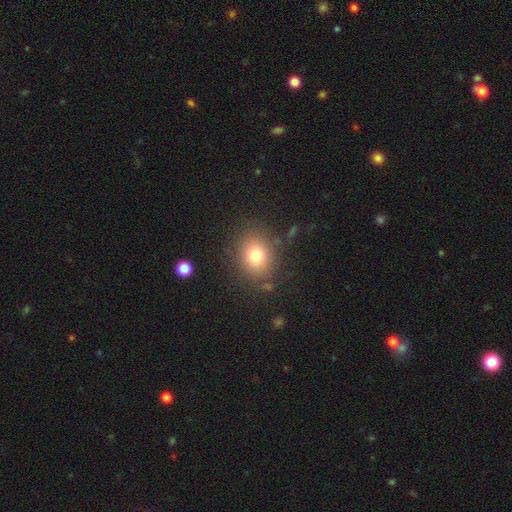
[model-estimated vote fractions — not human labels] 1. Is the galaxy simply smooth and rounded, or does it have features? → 77% smooth, 12% star or artifact, 10% featured or disk.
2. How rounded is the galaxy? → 60% round, 40% in between, 1% cigar-shaped.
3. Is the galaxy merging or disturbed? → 82% none, 11% minor disturbance, 5% major disturbance, 3% merger.